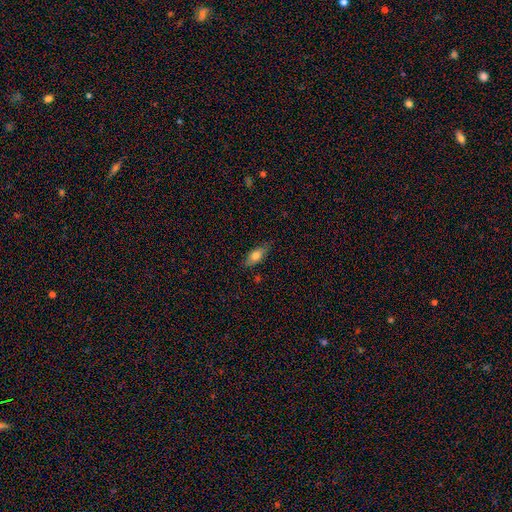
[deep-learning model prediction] A smooth galaxy with no disk features (74%) that is in between round and cigar-shaped (81%). Merging: none (77%).